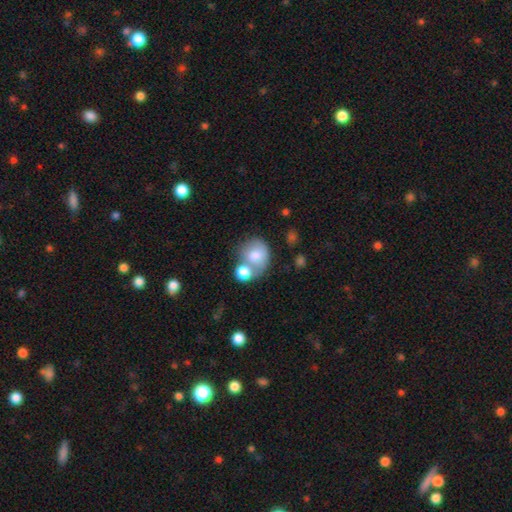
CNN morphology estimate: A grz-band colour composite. It shows a smooth galaxy with no disk features (74%) that is round (67%). Merging: merger (43%).